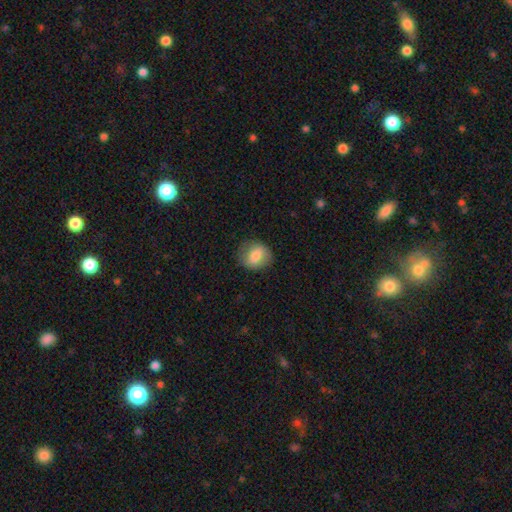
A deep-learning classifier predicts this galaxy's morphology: smooth_or_featured: smooth (p=0.76) [alt: featured or disk p=0.16]
how_rounded: round (p=0.62) [alt: in between p=0.37]
merging: none (p=0.81) [alt: minor disturbance p=0.14]